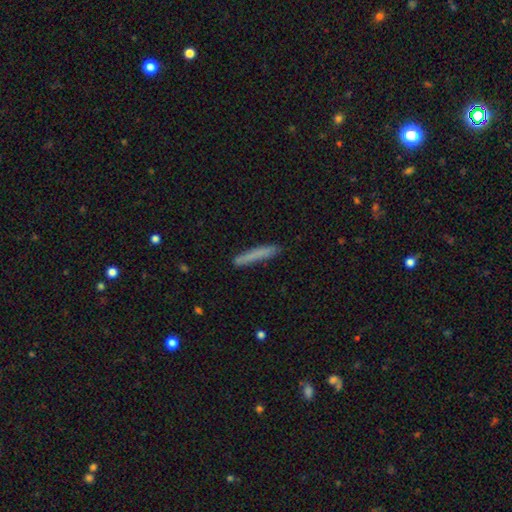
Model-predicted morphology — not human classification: Smooth or featured: smooth — 76% (featured or disk — 18%)
How rounded: cigar-shaped — 96% (in between — 3%)
Merging: none — 88% (minor disturbance — 9%)